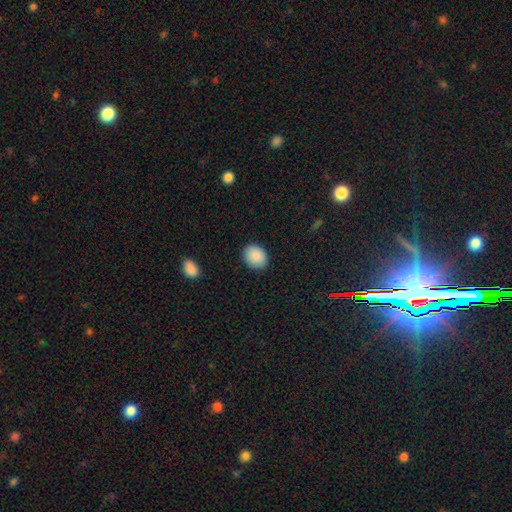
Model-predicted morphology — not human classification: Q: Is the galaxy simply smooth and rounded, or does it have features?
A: smooth — 90%.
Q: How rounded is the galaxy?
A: in between — 50%.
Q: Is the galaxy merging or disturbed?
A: none — 87%.